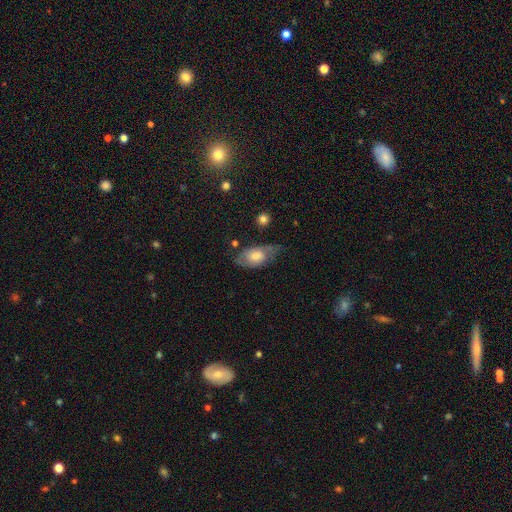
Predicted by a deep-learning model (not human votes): Smooth or featured? smooth (46%)
Merging? none (53%)